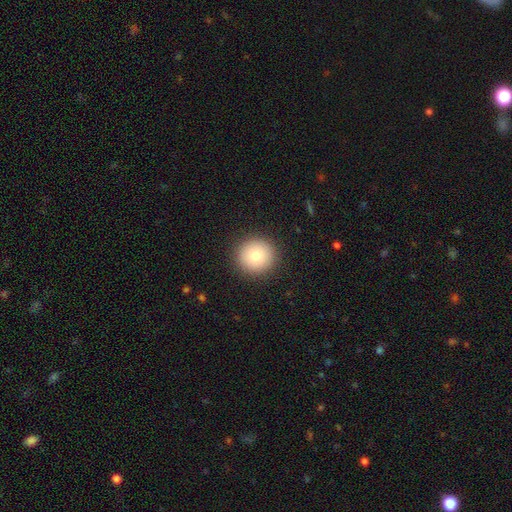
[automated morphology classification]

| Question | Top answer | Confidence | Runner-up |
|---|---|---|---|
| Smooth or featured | smooth | 80% | featured or disk (10%) |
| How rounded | round | 94% | in between (5%) |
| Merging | none | 92% | minor disturbance (5%) |